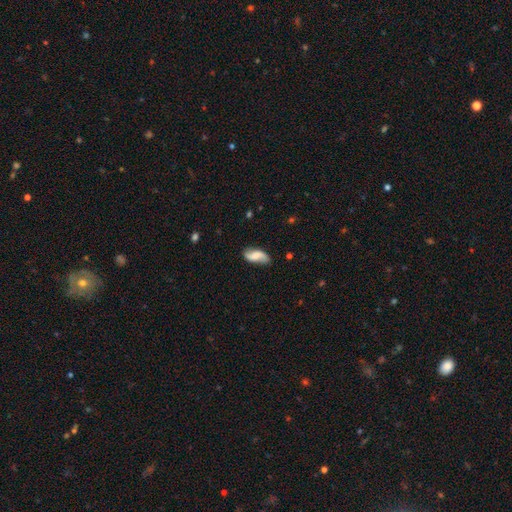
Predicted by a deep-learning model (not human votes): This is possibly a featured or disk galaxy (54%). It is clearly not viewed edge-on (94%). Bar: possibly no (46%). Spiral arm pattern: clearly yes (91%). Central bulge: possibly none (46%). Merging: likely none (71%).